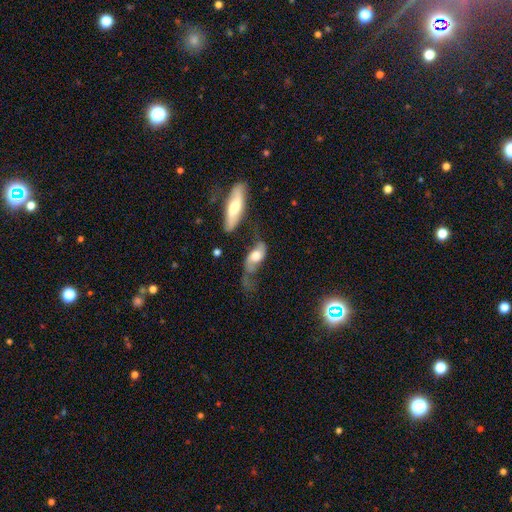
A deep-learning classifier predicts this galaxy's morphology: featured or disk 59%, smooth 34%, star or artifact 7%. Down the decision tree: edge-on disk — no (81%); merging — none (33%).